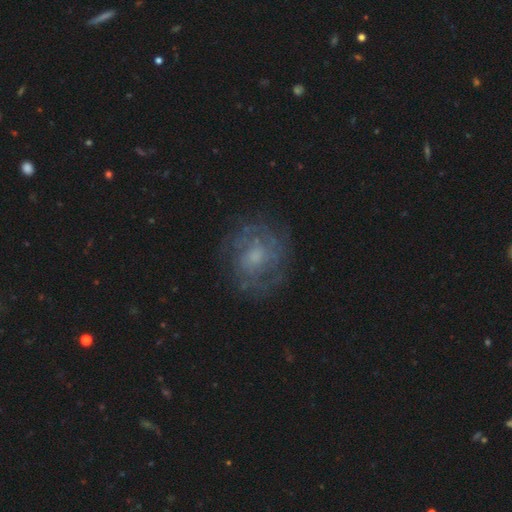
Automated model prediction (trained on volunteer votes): The model was most divided on "bulge size" (2-way tie): small: 41%, moderate: 41%, none: 12%, large: 5%, dominant: 1%. More confident: edge-on disk — no (97%); merging — none (75%); spiral arms — yes (73%); bar — no (71%); smooth or featured — featured or disk (66%).